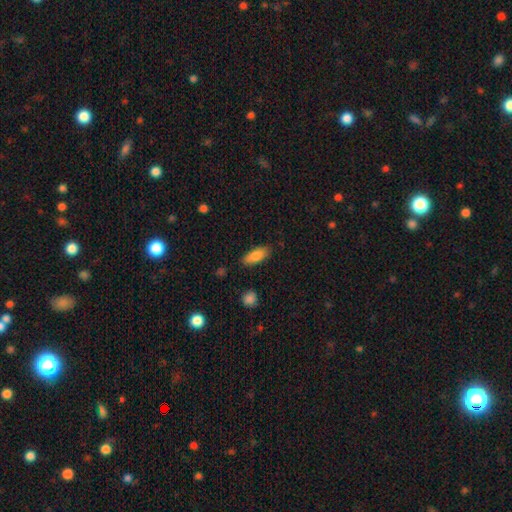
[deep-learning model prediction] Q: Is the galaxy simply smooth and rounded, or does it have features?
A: smooth — 85%.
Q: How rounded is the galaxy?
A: in between — 75%.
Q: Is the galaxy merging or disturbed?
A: none — 84%.